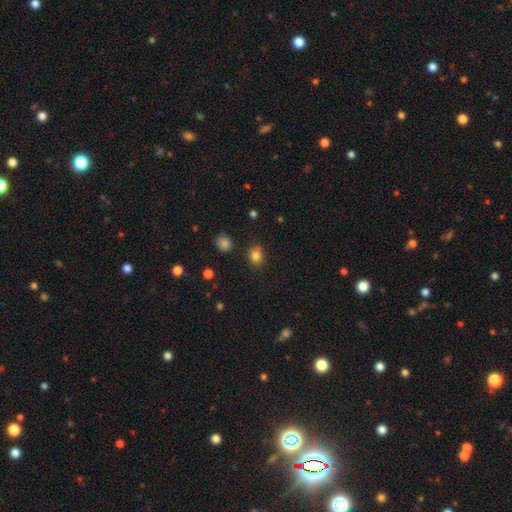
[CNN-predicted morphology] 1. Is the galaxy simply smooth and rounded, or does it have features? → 81% smooth, 13% star or artifact, 5% featured or disk.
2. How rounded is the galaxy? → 65% round, 34% in between, 1% cigar-shaped.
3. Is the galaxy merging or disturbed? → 73% none, 16% minor disturbance, 7% merger, 4% major disturbance.